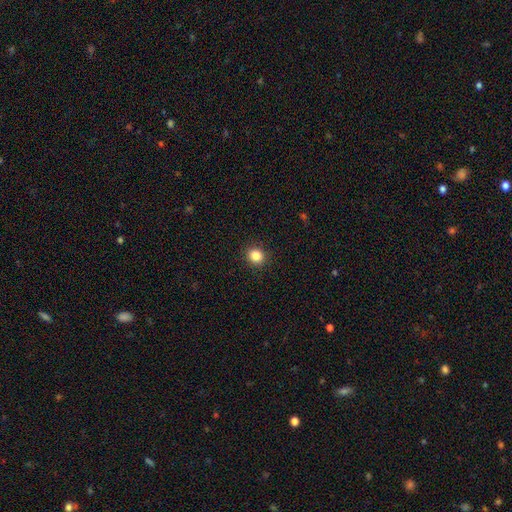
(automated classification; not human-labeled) Smooth or featured? smooth (85%)
How rounded? round (82%)
Merging? none (91%)